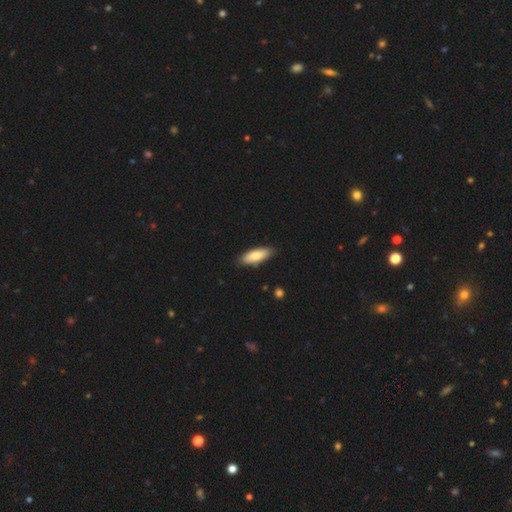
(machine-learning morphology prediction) smooth_or_featured: smooth (p=0.79) [alt: featured or disk p=0.16]
how_rounded: in between (p=0.69) [alt: cigar-shaped p=0.29]
merging: none (p=0.87) [alt: minor disturbance p=0.10]